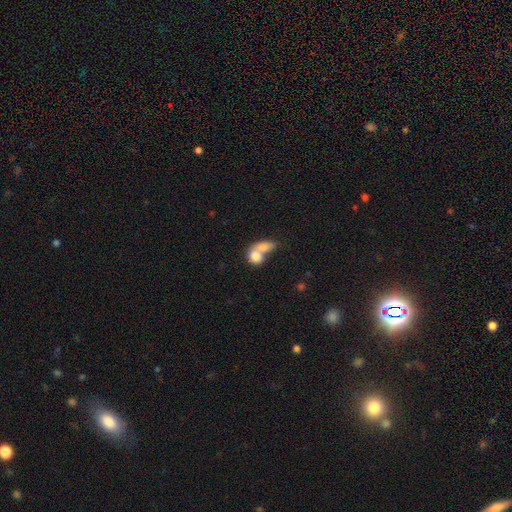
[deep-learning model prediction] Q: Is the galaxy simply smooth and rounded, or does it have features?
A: smooth — 76%.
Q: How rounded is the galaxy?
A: in between — 66%.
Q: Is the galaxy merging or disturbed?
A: merger — 72%.